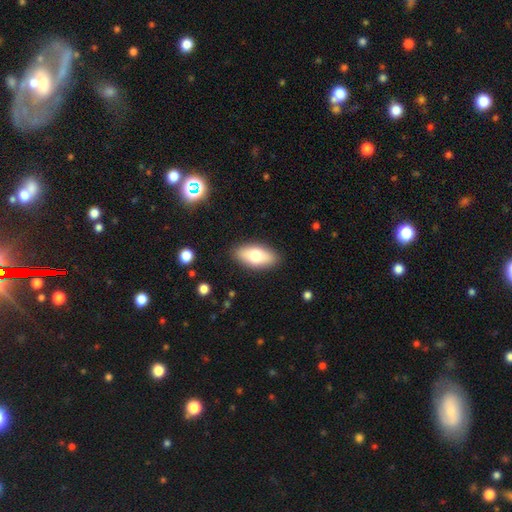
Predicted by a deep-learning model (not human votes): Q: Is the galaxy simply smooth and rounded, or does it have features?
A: smooth — 71%.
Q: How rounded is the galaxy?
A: in between — 87%.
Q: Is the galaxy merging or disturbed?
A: none — 88%.